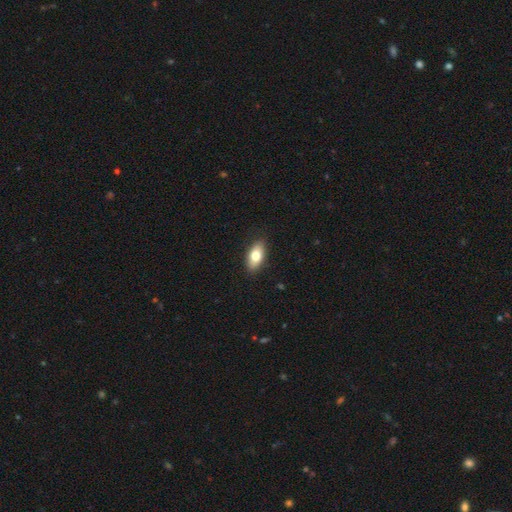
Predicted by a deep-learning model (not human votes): Smooth or featured? smooth (75%)
How rounded? in between (88%)
Merging? none (88%)